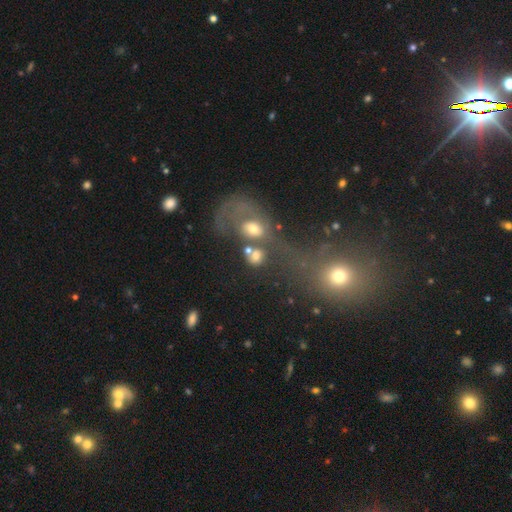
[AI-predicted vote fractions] This is likely a smooth galaxy (62%). How rounded: possibly round (56%). Merging: marginally merger (42%).